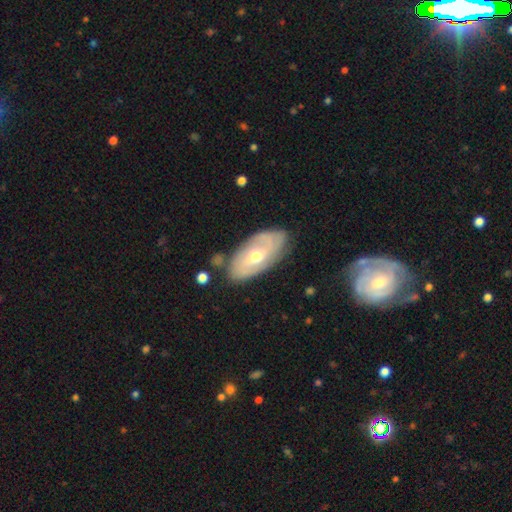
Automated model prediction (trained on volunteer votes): Smooth or featured?
  - featured or disk: 67% *
  - smooth: 27%
  - star or artifact: 6%
Edge-on disk?
  - no: 89% *
  - yes: 11%
Bar?
  - no: 68% *
  - weak: 25%
  - strong: 7%
Spiral arms?
  - yes: 76% *
  - no: 24%
Bulge size?
  - moderate: 70% *
  - small: 25%
  - large: 3%
  - none: 1%
  - dominant: 1%
Merging?
  - none: 75% *
  - minor disturbance: 17%
  - major disturbance: 4%
  - merger: 4%